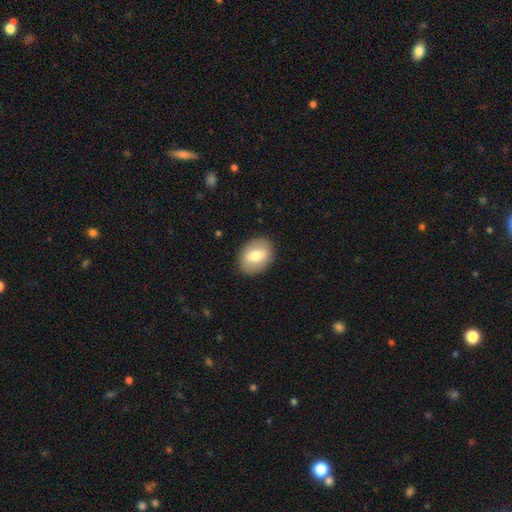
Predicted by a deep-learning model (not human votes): A smooth galaxy with no disk features (66%) that is in between round and cigar-shaped (63%).

Vote fractions:
- Smooth or featured? smooth: 66% / featured or disk: 28% / star or artifact: 7%
- How rounded? in between: 63% / round: 36% / cigar-shaped: 1%
- Merging? none: 87% / minor disturbance: 9% / major disturbance: 3% / merger: 1%